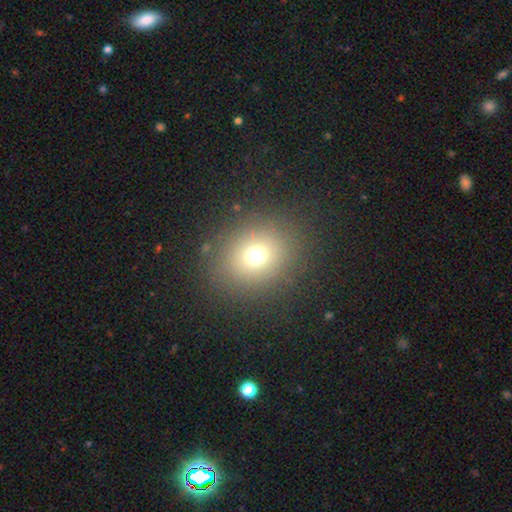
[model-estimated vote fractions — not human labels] The model was most divided on "how rounded": round: 68%, in between: 31%, cigar-shaped: 1%. More confident: merging — none (85%); smooth or featured — smooth (70%).